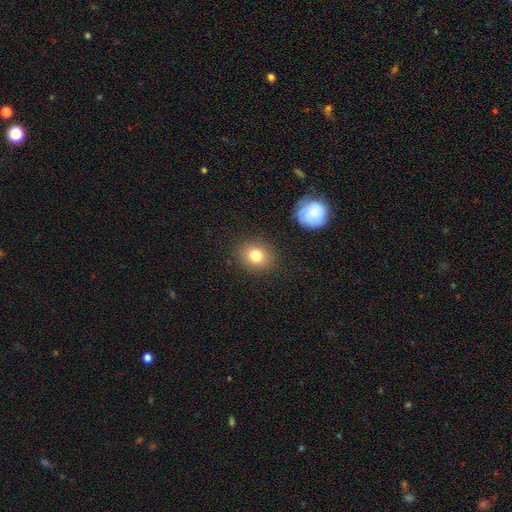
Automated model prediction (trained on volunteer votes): Overall: smooth (81%). How rounded: round (69%; in between 31%). Merging: none (86%).